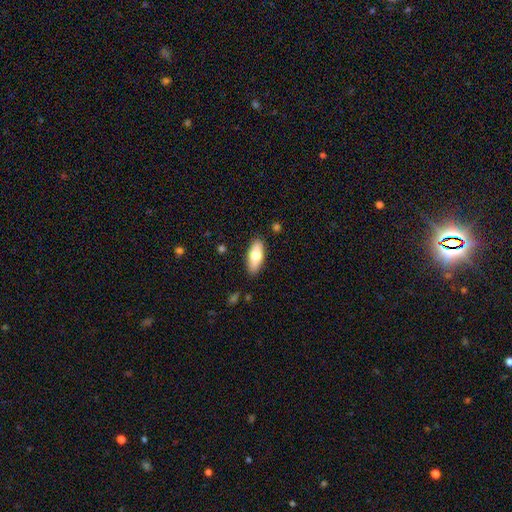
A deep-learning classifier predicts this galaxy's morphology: Smooth or featured?
  - smooth: 72% *
  - featured or disk: 22%
  - star or artifact: 6%
How rounded?
  - in between: 77% *
  - cigar-shaped: 21%
  - round: 2%
Merging?
  - none: 87% *
  - minor disturbance: 9%
  - major disturbance: 2%
  - merger: 1%